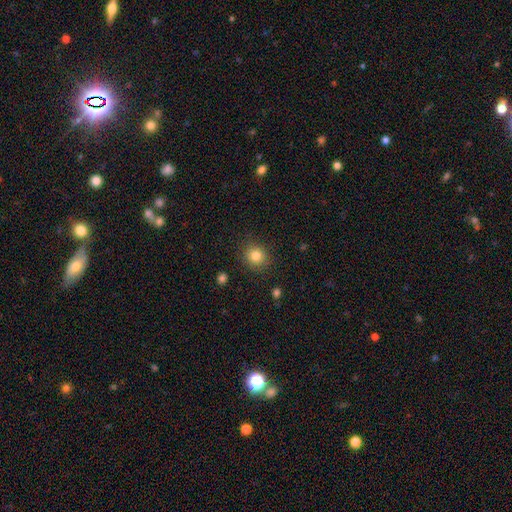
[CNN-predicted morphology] smooth_or_featured: smooth (p=0.82) [alt: star or artifact p=0.11]
how_rounded: round (p=0.86) [alt: in between p=0.13]
merging: none (p=0.88) [alt: minor disturbance p=0.08]